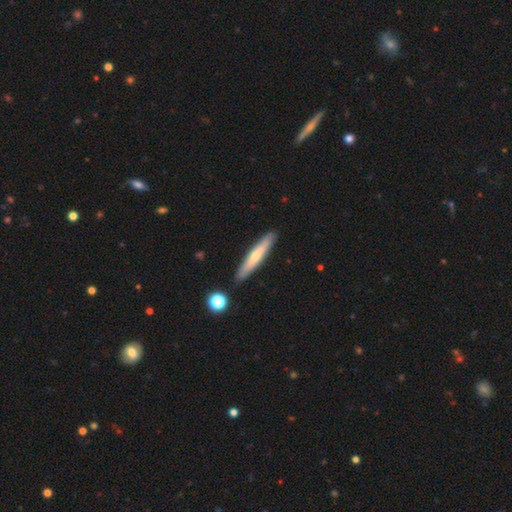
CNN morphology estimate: The model was most divided on "smooth or featured": smooth: 55%, featured or disk: 39%, star or artifact: 6%. More confident: how rounded — cigar-shaped (92%); merging — none (88%).